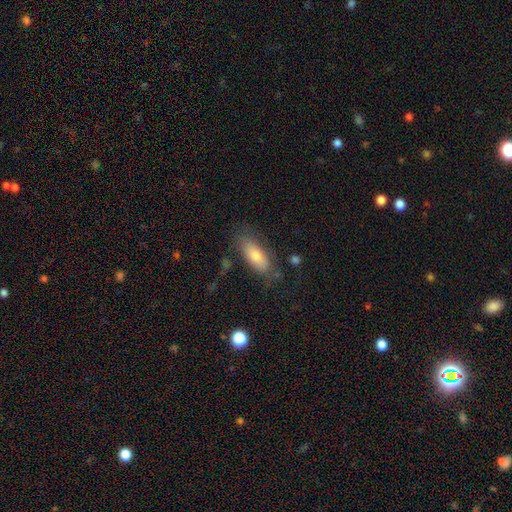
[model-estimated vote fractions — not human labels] smooth-or-featured: smooth: 72% | featured or disk: 20% | star or artifact: 8%
  how-rounded: in between: 77% | cigar-shaped: 20% | round: 3%
  merging: none: 72% | minor disturbance: 19% | major disturbance: 7% | merger: 3%